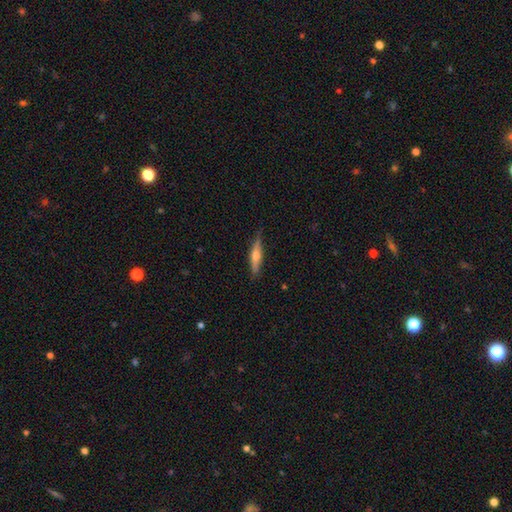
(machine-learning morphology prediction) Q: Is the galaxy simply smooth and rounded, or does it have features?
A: featured or disk — 53%.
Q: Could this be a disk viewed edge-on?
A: yes — 96%.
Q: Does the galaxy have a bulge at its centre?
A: rounded — 88%.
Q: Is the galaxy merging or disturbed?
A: none — 83%.